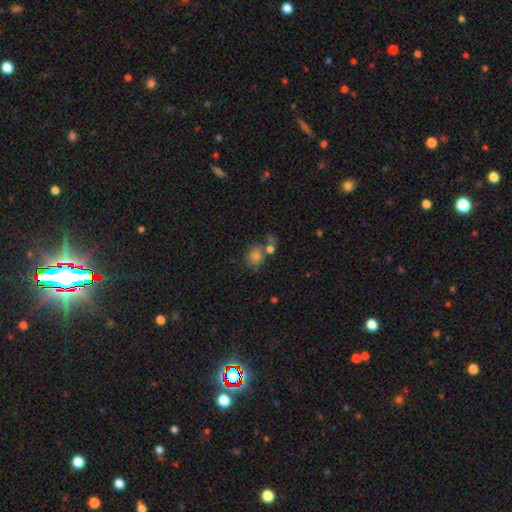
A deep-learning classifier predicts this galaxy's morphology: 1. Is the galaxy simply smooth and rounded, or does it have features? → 69% smooth, 21% star or artifact, 10% featured or disk.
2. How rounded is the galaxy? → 73% round, 26% in between, 1% cigar-shaped.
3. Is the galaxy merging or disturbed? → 57% none, 21% merger, 15% minor disturbance, 7% major disturbance.